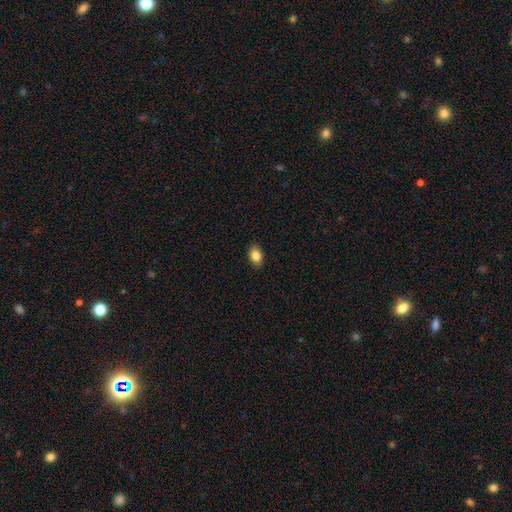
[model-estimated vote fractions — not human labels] This appears to be a smooth galaxy with no disk features (86%) that is in between round and cigar-shaped (82%). Merging: none (89%).